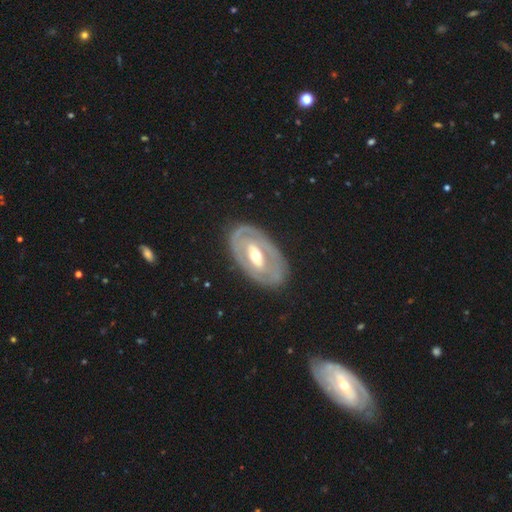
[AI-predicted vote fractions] The model was most divided on "bar": no: 45%, weak: 32%, strong: 23%. More confident: edge-on disk — no (91%); merging — none (80%); smooth or featured — featured or disk (72%); bulge size — moderate (69%); spiral arms — no (62%).